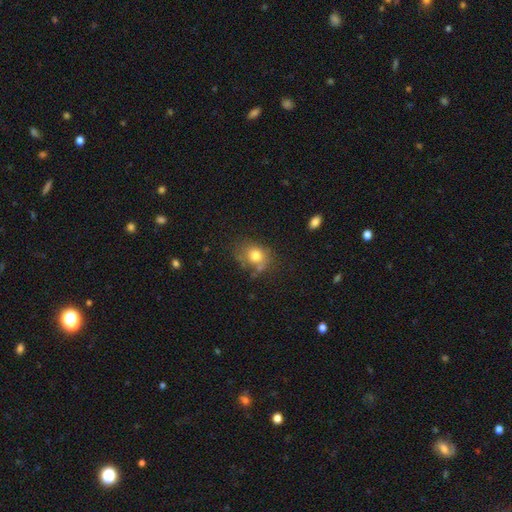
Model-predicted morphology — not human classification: A smooth galaxy with no disk features (76%) that is round (58%).

Vote fractions:
- Smooth or featured? smooth: 76% / featured or disk: 12% / star or artifact: 12%
- How rounded? round: 58% / in between: 41% / cigar-shaped: 1%
- Merging? none: 62% / minor disturbance: 21% / merger: 9% / major disturbance: 8%